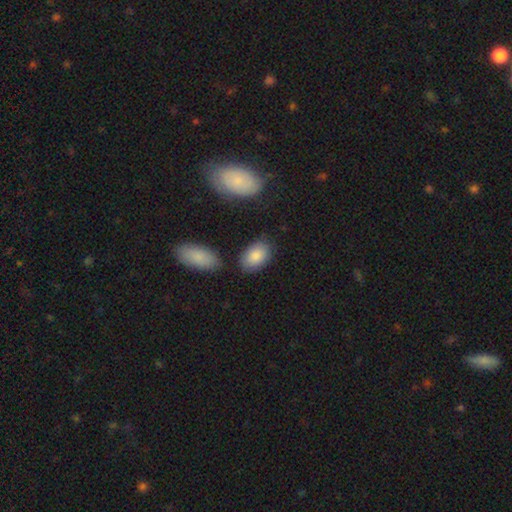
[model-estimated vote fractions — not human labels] Overall: smooth (87%). How rounded: in between (91%). Merging: none (76%).